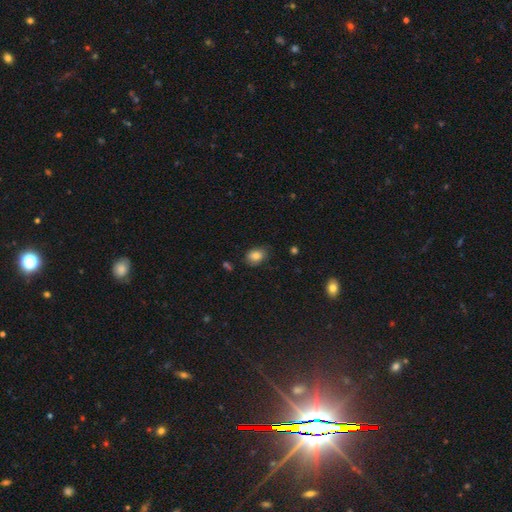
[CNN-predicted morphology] smooth_or_featured: smooth (p=0.80) [alt: featured or disk p=0.11]
how_rounded: in between (p=0.73) [alt: round p=0.26]
merging: none (p=0.76) [alt: minor disturbance p=0.19]